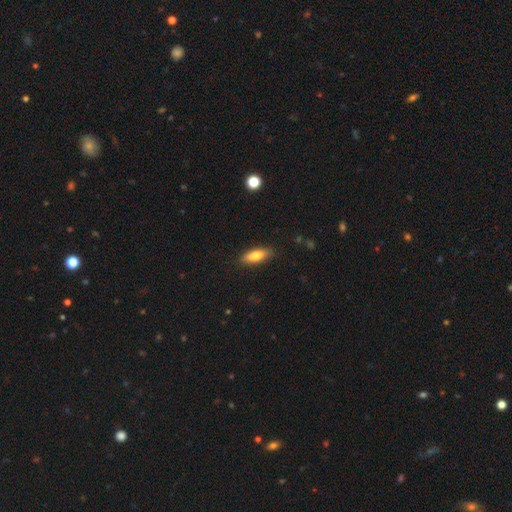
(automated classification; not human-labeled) smooth 77%, featured or disk 17%, star or artifact 7%. Down the decision tree: how rounded — in between (67%); merging — none (87%).